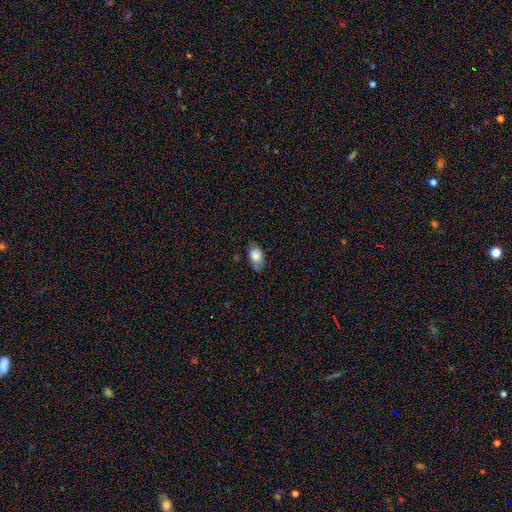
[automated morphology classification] smooth-or-featured: smooth: 82% | featured or disk: 10% | star or artifact: 8%
  how-rounded: in between: 86% | round: 11% | cigar-shaped: 2%
  merging: none: 62% | minor disturbance: 30% | major disturbance: 7% | merger: 2%